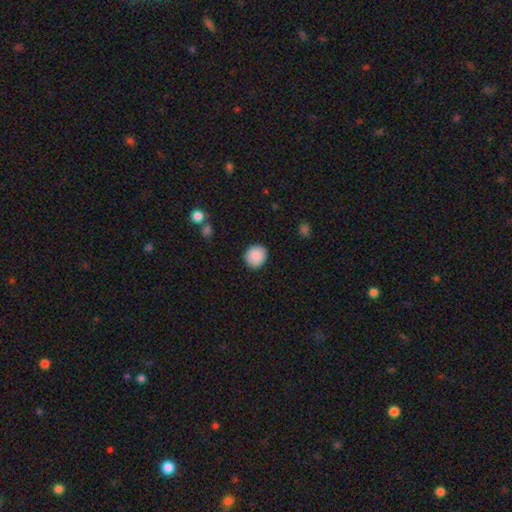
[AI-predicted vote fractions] Smooth or featured?
  - smooth: 88% *
  - star or artifact: 7%
  - featured or disk: 4%
How rounded?
  - round: 84% *
  - in between: 15%
  - cigar-shaped: 1%
Merging?
  - none: 90% *
  - minor disturbance: 7%
  - major disturbance: 2%
  - merger: 1%